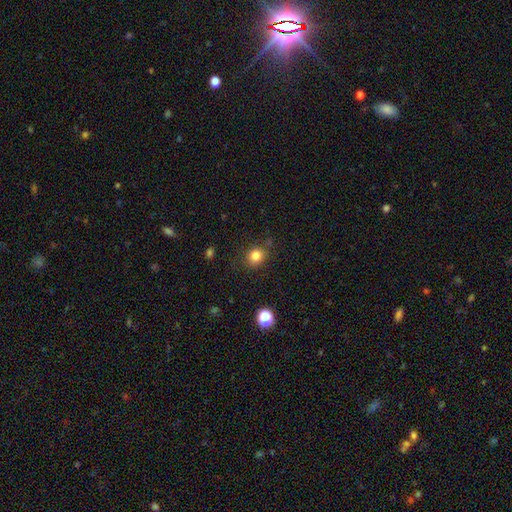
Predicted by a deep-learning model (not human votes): This appears to be a smooth galaxy with no disk features (82%) that is round (78%). Merging: none (83%).